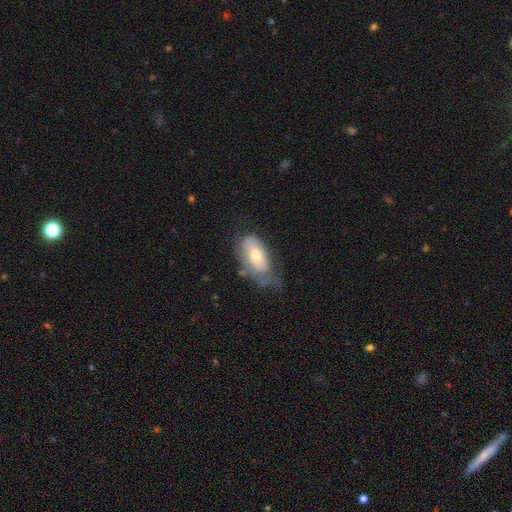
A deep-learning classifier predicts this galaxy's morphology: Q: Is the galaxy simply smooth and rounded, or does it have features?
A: smooth — 58%.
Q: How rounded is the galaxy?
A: in between — 91%.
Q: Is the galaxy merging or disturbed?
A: minor disturbance — 38%.